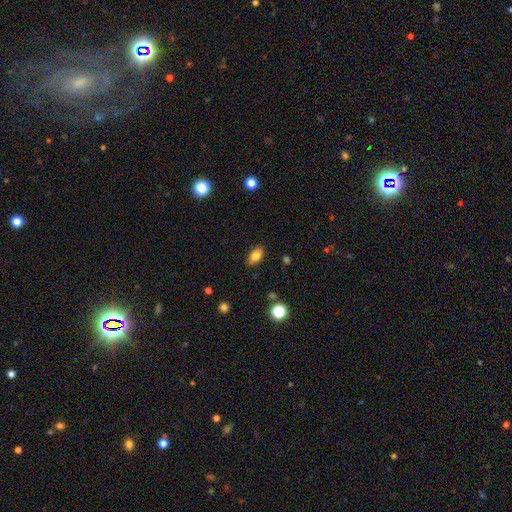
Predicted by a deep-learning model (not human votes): A smooth galaxy with no disk features (80%) that is in between round and cigar-shaped (87%).

Vote fractions:
- Smooth or featured? smooth: 80% / featured or disk: 11% / star or artifact: 10%
- How rounded? in between: 87% / round: 9% / cigar-shaped: 4%
- Merging? none: 86% / minor disturbance: 11% / major disturbance: 2% / merger: 1%